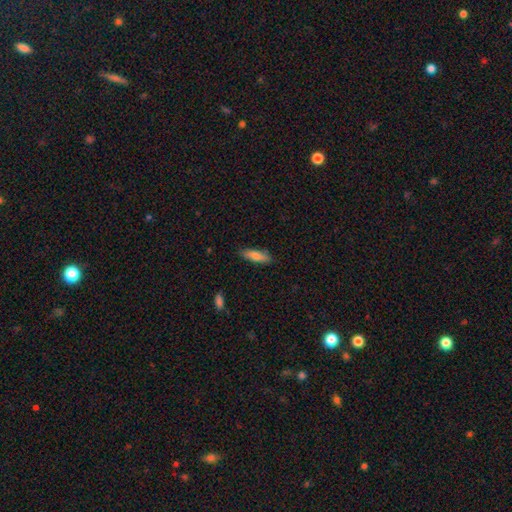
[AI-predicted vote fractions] This appears to be a smooth galaxy with no disk features (74%) that is cigar-shaped (51%). Merging: none (85%).